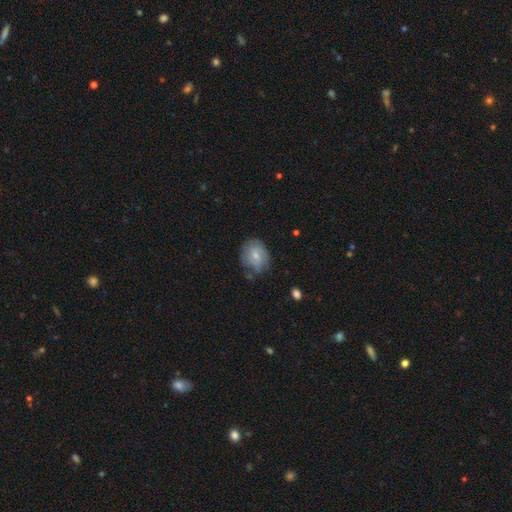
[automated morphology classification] The model was most divided on "how rounded": round: 55%, in between: 44%, cigar-shaped: 1%. More confident: merging — none (63%); smooth or featured — smooth (52%).